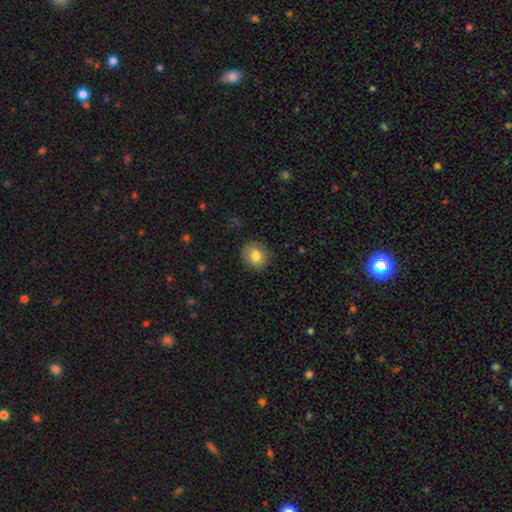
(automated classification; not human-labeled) The model was most divided on "how rounded": round: 75%, in between: 24%, cigar-shaped: 1%. More confident: merging — none (85%); smooth or featured — smooth (80%).